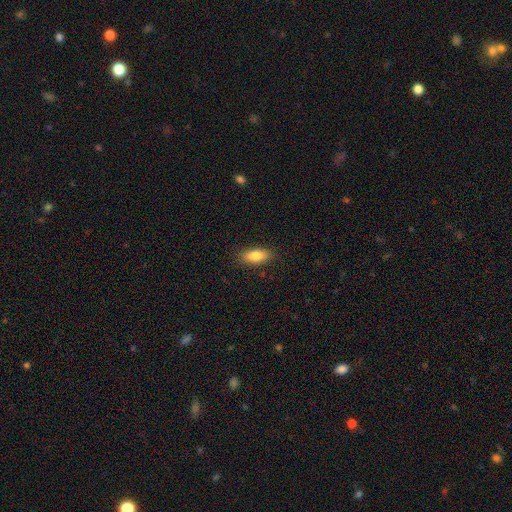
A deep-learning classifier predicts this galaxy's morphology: This appears to be a smooth galaxy with no disk features (82%) that is in between round and cigar-shaped (83%). Merging: none (87%).